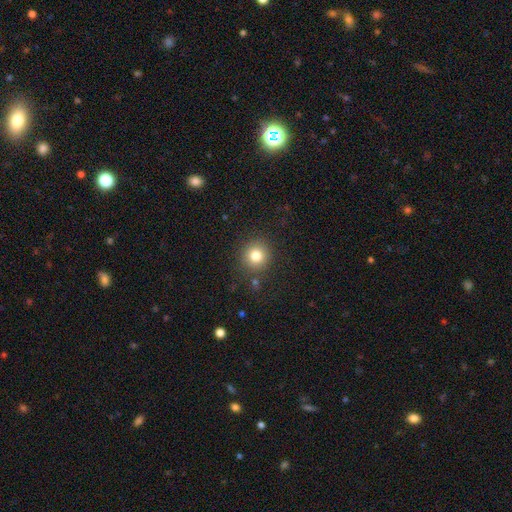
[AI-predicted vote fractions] Smooth or featured: smooth — 81% (star or artifact — 12%)
How rounded: round — 92% (in between — 7%)
Merging: none — 87% (minor disturbance — 7%)